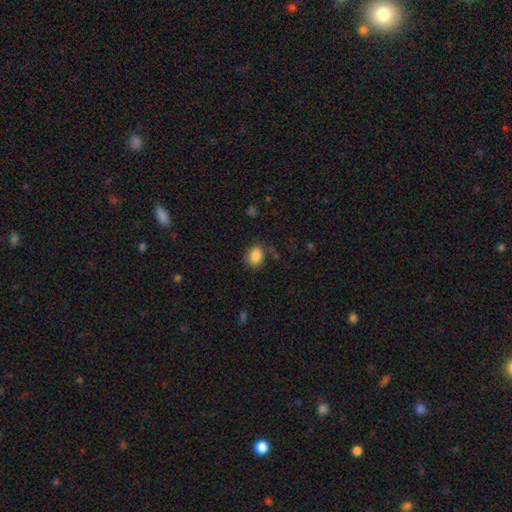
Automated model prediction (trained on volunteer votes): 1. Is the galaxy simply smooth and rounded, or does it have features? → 86% smooth, 9% star or artifact, 5% featured or disk.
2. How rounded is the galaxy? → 57% in between, 42% round, 1% cigar-shaped.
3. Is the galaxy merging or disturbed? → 79% none, 14% minor disturbance, 4% major disturbance, 2% merger.